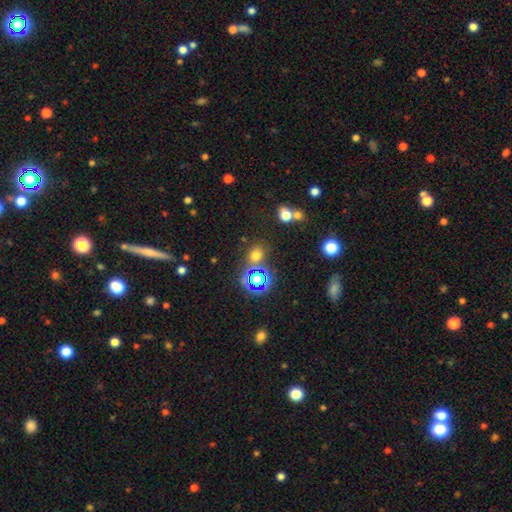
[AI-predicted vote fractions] This appears to be a smooth galaxy with no disk features (61%) that is round (72%). Merging: none (73%).